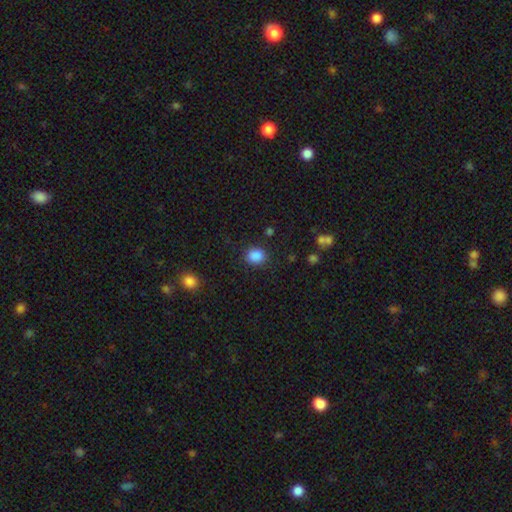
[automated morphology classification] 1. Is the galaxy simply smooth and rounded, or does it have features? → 87% smooth, 10% star or artifact, 3% featured or disk.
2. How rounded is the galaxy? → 60% round, 39% in between, 1% cigar-shaped.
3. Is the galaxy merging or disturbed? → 83% none, 11% minor disturbance, 4% major disturbance, 2% merger.